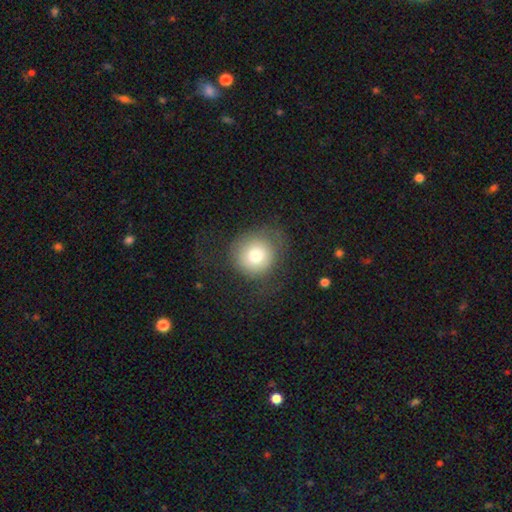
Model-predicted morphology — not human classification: Overall: smooth (71%). How rounded: round (91%). Merging: none (65%).